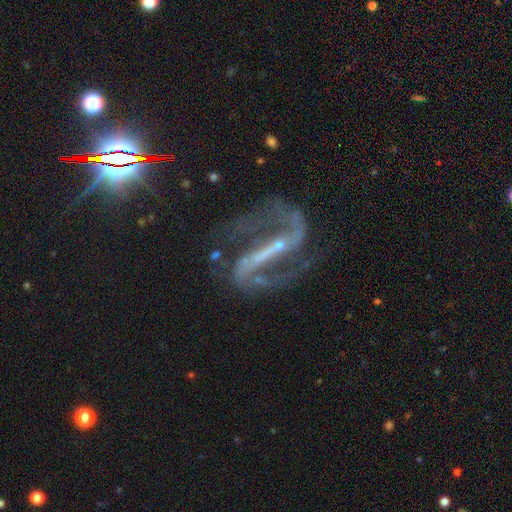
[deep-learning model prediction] A featured or disk galaxy (91%) with a strong bar (73%), 2 (94%) medium (47%) spiral arms (97%) and a small central bulge (70%). Merging: none (68%).